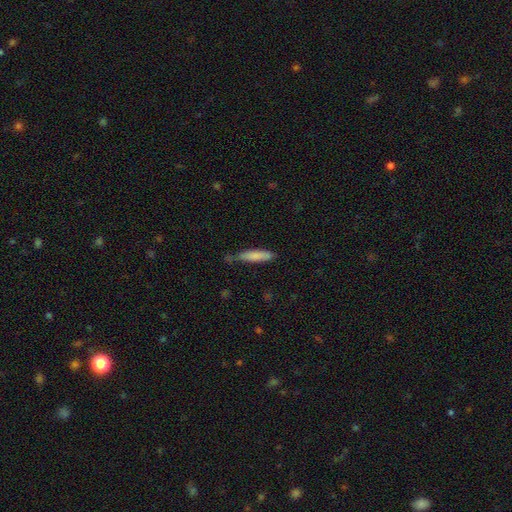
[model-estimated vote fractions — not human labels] Overall: smooth (81%). How rounded: cigar-shaped (81%). Merging: none (60%; minor disturbance 28%).